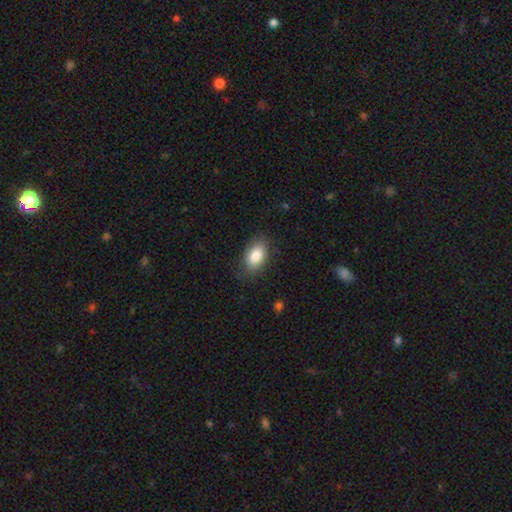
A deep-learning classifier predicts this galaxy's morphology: This appears to be a smooth galaxy with no disk features (85%) that is in between round and cigar-shaped (90%). Merging: none (80%).